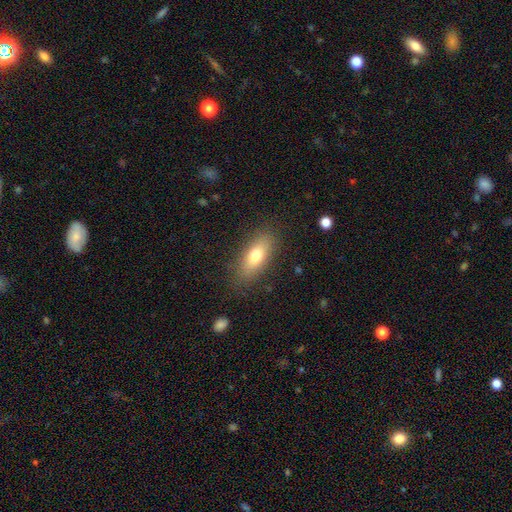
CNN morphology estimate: Q: Smooth or featured?
A: smooth (73%); runner-up: featured or disk (19%)
Q: How rounded?
A: in between (74%); runner-up: cigar-shaped (22%)
Q: Merging?
A: none (84%); runner-up: minor disturbance (11%)